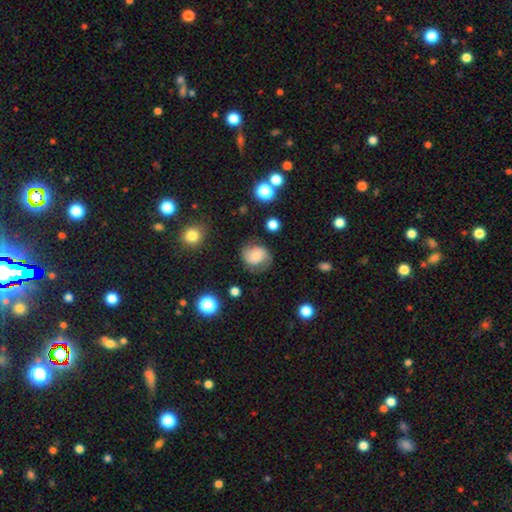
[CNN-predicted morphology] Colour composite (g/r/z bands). It shows a smooth galaxy with no disk features (46%). Merging: none (65%).